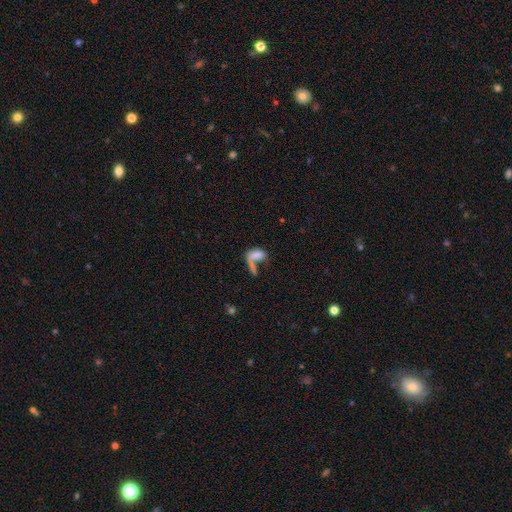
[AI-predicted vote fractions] Morphology: type=smooth (66%); roundness=in between (78%); merging=merger (39%).